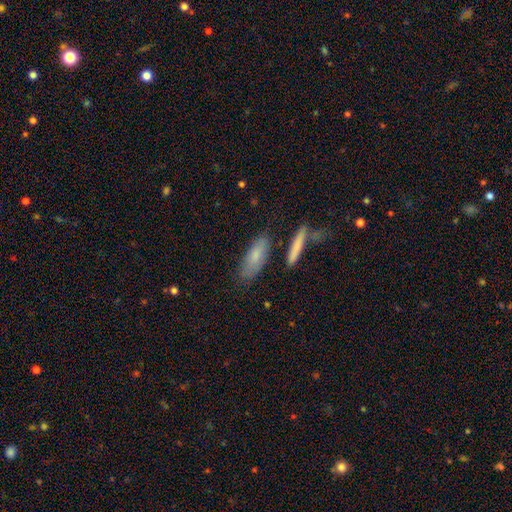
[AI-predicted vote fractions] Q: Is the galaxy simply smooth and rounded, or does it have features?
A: smooth — 75%.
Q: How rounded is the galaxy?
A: in between — 60%.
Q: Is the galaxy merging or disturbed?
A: none — 75%.